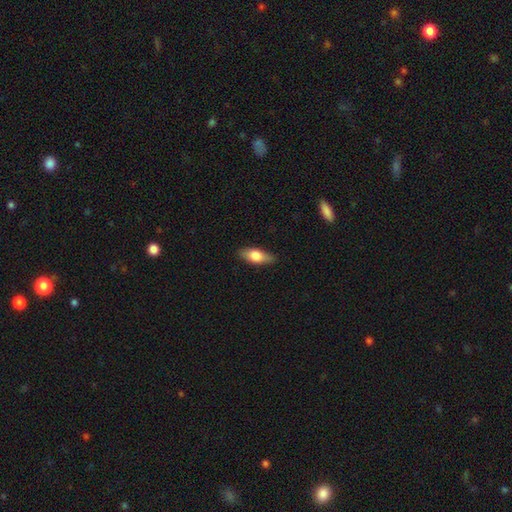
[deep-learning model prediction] Smooth or featured? smooth (70%)
How rounded? in between (77%)
Merging? none (85%)